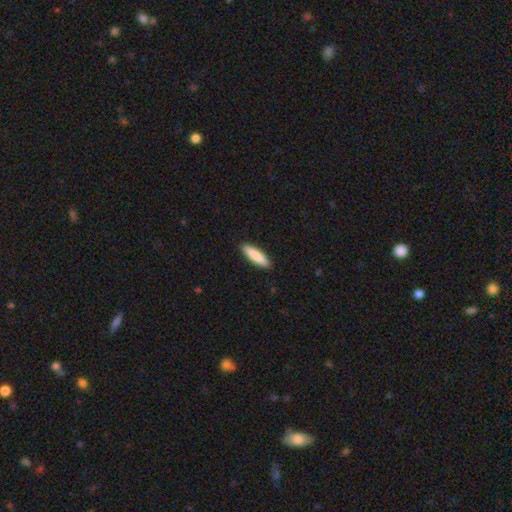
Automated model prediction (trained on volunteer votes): Smooth or featured? Predicted: smooth (p=0.87). How rounded? Predicted: cigar-shaped (p=0.72). Merging? Predicted: none (p=0.91).